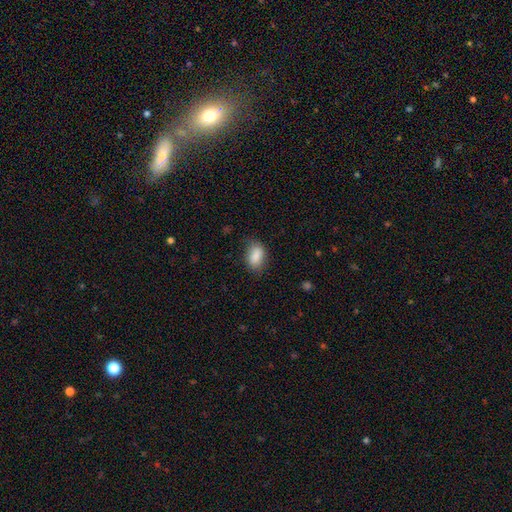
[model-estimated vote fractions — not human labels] Overall: smooth (87%). How rounded: in between (89%). Merging: none (72%).